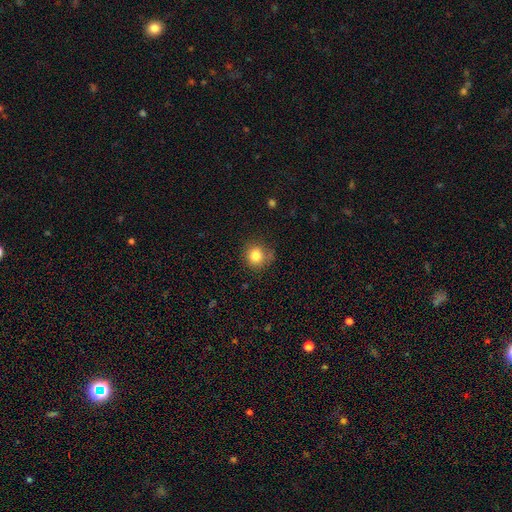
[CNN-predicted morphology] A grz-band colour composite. It shows a smooth galaxy with no disk features (82%) that is round (89%). Merging: none (78%).